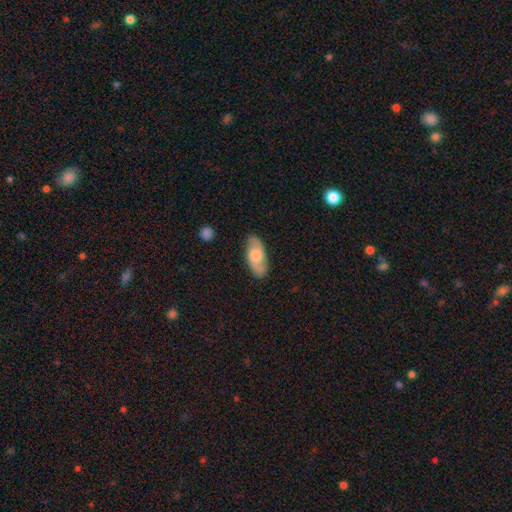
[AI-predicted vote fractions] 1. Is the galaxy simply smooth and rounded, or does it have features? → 49% smooth, 44% featured or disk, 6% star or artifact.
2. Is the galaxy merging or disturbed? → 82% none, 13% minor disturbance, 3% major disturbance, 2% merger.